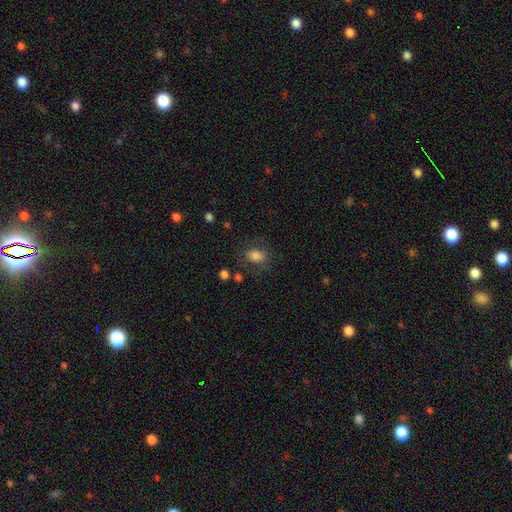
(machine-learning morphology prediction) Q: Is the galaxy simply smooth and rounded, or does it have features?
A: smooth — 77%.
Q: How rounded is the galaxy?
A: in between — 79%.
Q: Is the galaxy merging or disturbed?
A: none — 71%.